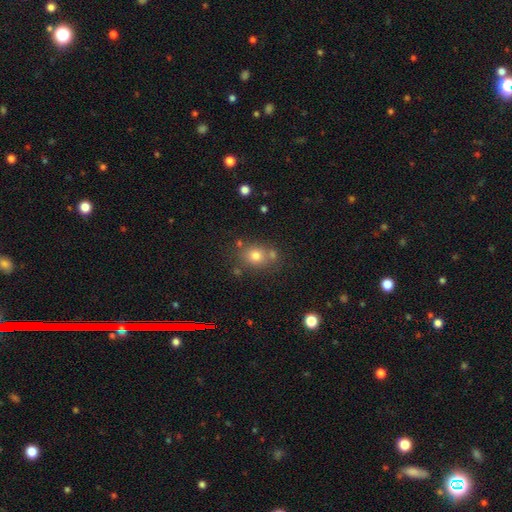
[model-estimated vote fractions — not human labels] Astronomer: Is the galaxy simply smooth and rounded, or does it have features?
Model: smooth — 75%.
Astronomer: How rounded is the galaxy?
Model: round — 61% (runner-up: in between, 37%).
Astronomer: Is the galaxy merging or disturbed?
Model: none — 66%.